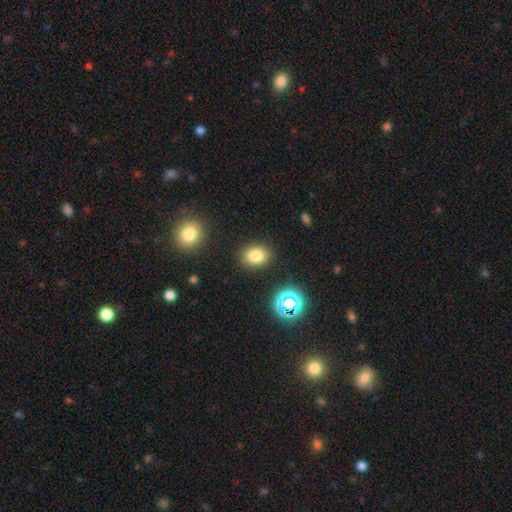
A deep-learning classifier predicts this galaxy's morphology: Smooth or featured? Predicted: smooth (p=0.79). How rounded? Predicted: in between (p=0.59). Merging? Predicted: none (p=0.87).